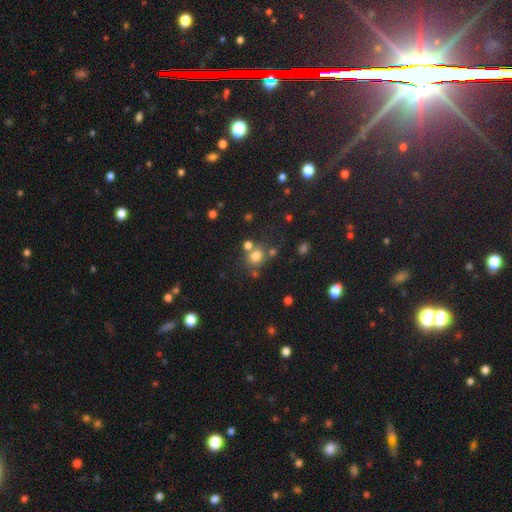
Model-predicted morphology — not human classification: smooth-or-featured: smooth: 73% | star or artifact: 17% | featured or disk: 9%
  how-rounded: round: 77% | in between: 22% | cigar-shaped: 1%
  merging: none: 63% | merger: 21% | minor disturbance: 11% | major disturbance: 5%